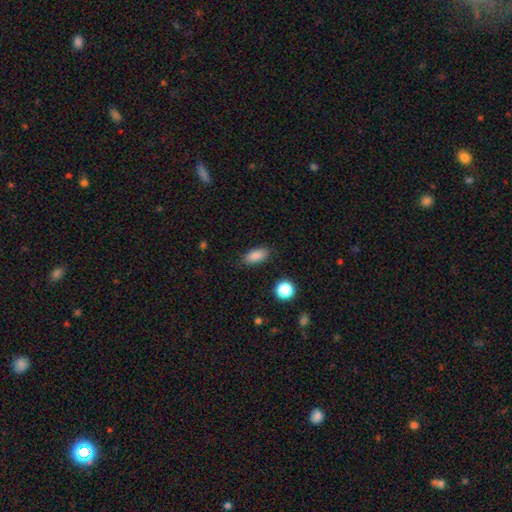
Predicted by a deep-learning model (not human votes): Smooth or featured? smooth (86%)
How rounded? in between (83%)
Merging? none (85%)